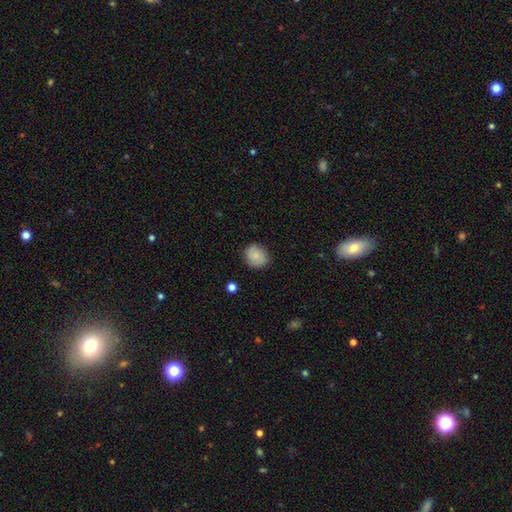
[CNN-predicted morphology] smooth_or_featured: smooth (p=0.68) [alt: featured or disk p=0.23]
how_rounded: round (p=0.75) [alt: in between p=0.24]
merging: none (p=0.83) [alt: minor disturbance p=0.13]